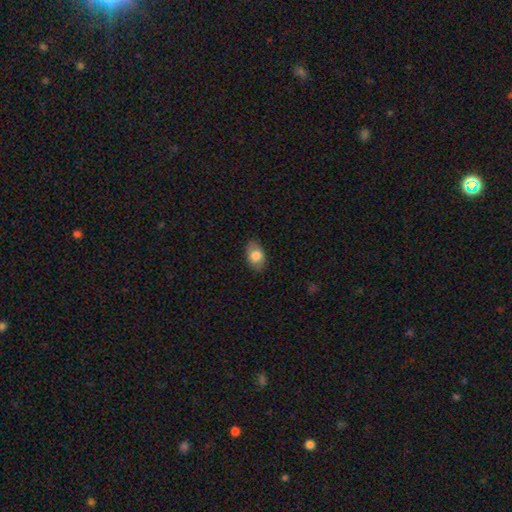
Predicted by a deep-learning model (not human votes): Smooth or featured? smooth (79%)
How rounded? in between (86%)
Merging? none (84%)